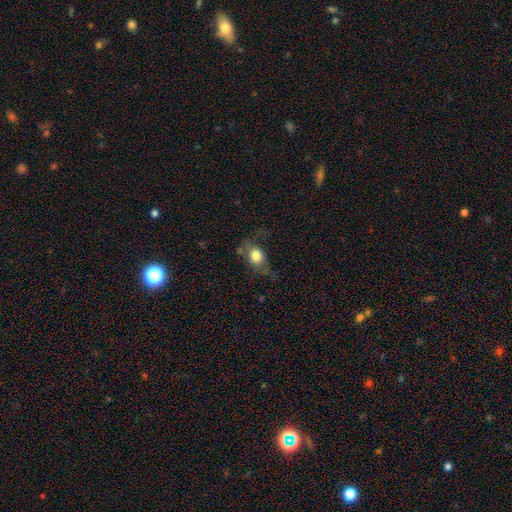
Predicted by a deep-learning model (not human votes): Smooth or featured? smooth (70%)
How rounded? in between (57%)
Merging? none (43%)